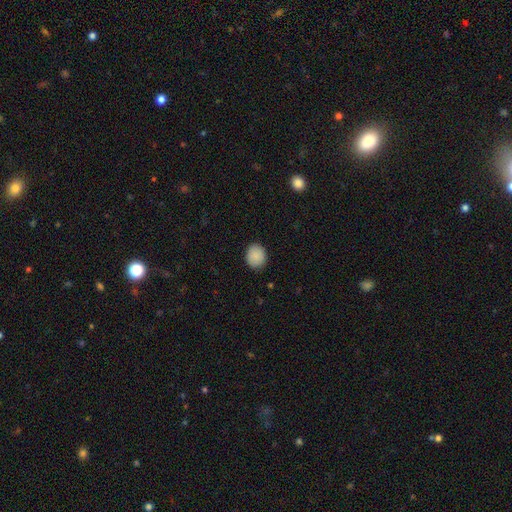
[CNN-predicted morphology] smooth 89%, star or artifact 8%, featured or disk 3%. Down the decision tree: how rounded — round (69%); merging — none (88%).